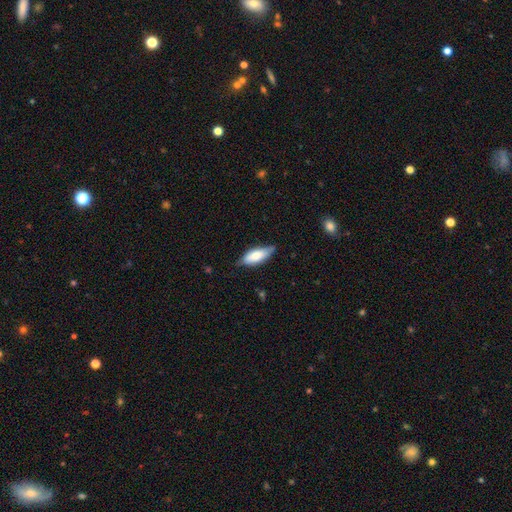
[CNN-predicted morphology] Smooth or featured? Predicted: smooth (p=0.71). How rounded? Predicted: in between (p=0.75). Merging? Predicted: none (p=0.69).